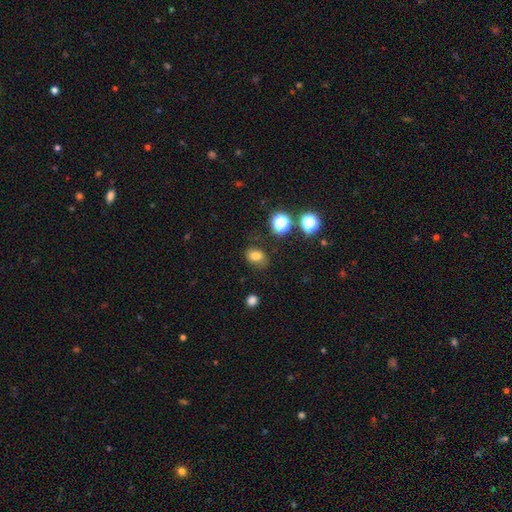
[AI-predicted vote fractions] Smooth or featured: smooth — 77% (star or artifact — 15%)
How rounded: in between — 69% (round — 30%)
Merging: none — 73% (minor disturbance — 18%)